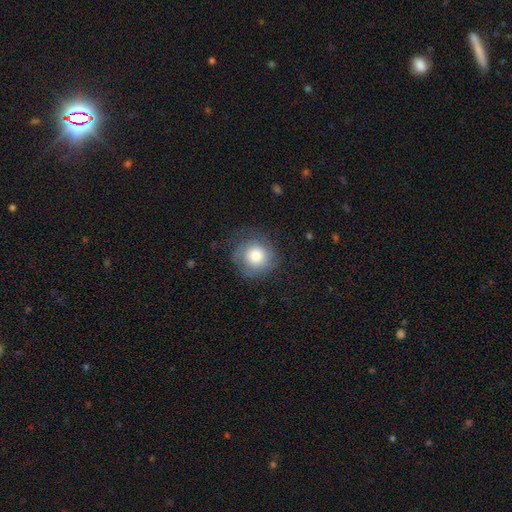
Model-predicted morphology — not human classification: Q: Smooth or featured?
A: smooth (65%); runner-up: featured or disk (27%)
Q: How rounded?
A: round (92%); runner-up: in between (7%)
Q: Merging?
A: none (71%); runner-up: minor disturbance (18%)